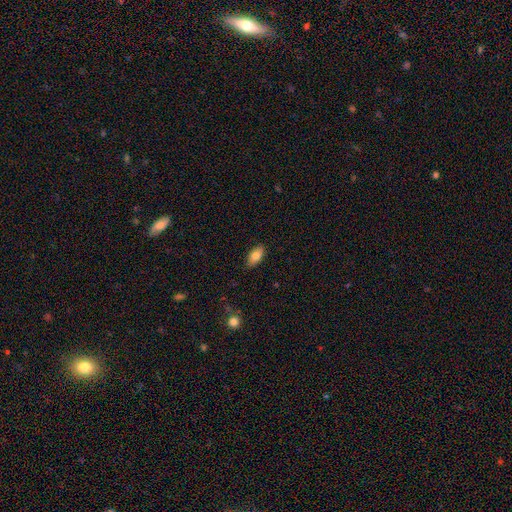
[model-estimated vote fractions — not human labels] A smooth galaxy with no disk features (81%) that is in between round and cigar-shaped (90%). Merging: none (87%).